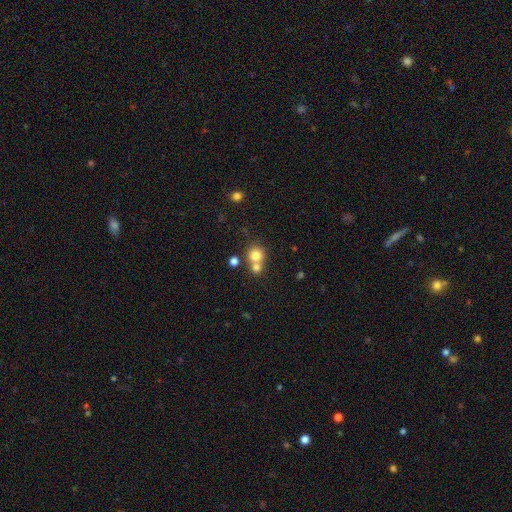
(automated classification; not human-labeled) smooth 77%, star or artifact 13%, featured or disk 11%. Down the decision tree: how rounded — round (88%); merging — none (46%).